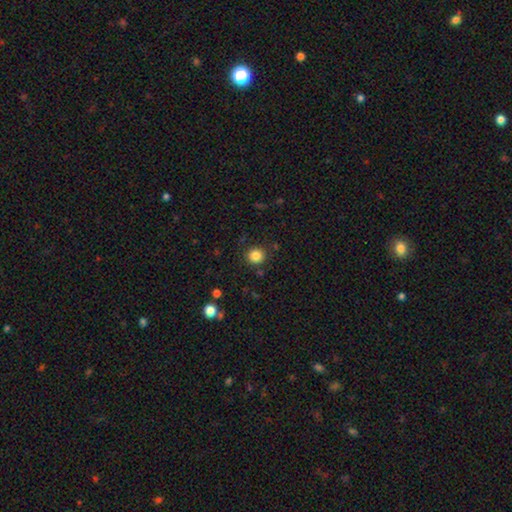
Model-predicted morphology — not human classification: The model was most divided on "smooth or featured": smooth: 84%, star or artifact: 11%, featured or disk: 5%. More confident: how rounded — round (91%); merging — none (88%).